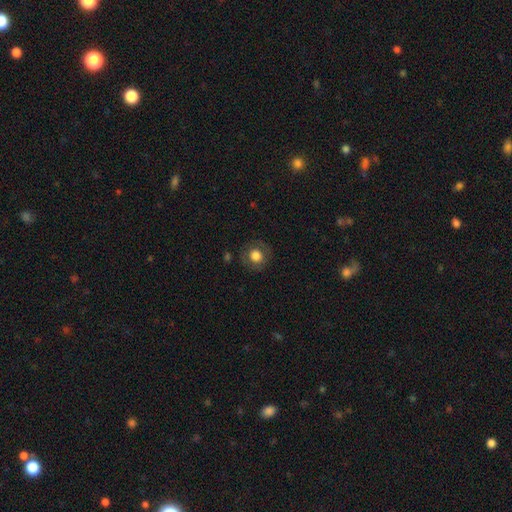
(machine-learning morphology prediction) smooth_or_featured: smooth (p=0.74) [alt: featured or disk p=0.16]
how_rounded: round (p=0.88) [alt: in between p=0.11]
merging: none (p=0.83) [alt: minor disturbance p=0.11]